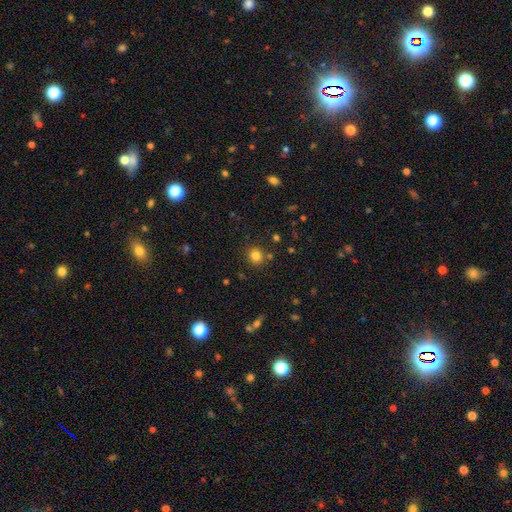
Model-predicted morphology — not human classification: smooth 81%, star or artifact 13%, featured or disk 6%. Down the decision tree: how rounded — round (82%); merging — none (83%).